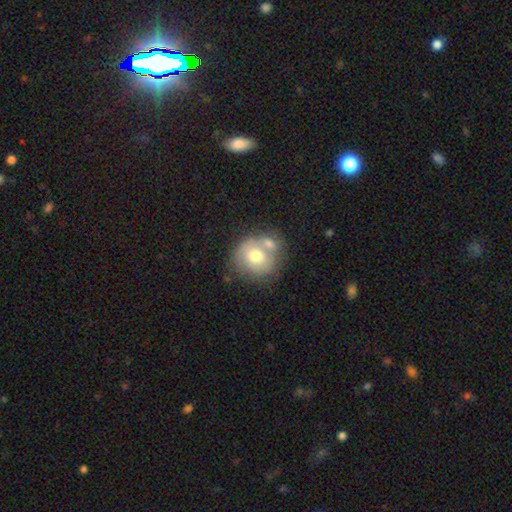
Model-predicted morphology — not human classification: Overall: smooth (66%; featured or disk 27%). How rounded: round (81%). Merging: merger (43%; none 39%).